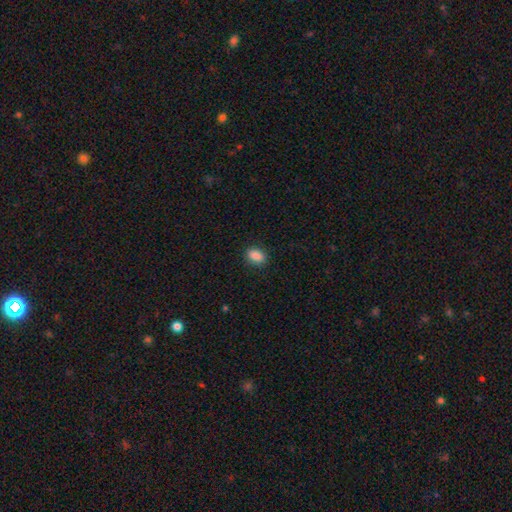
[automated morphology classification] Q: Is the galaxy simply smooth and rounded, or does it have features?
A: smooth — 88%.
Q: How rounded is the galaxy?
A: in between — 81%.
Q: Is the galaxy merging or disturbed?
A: none — 88%.